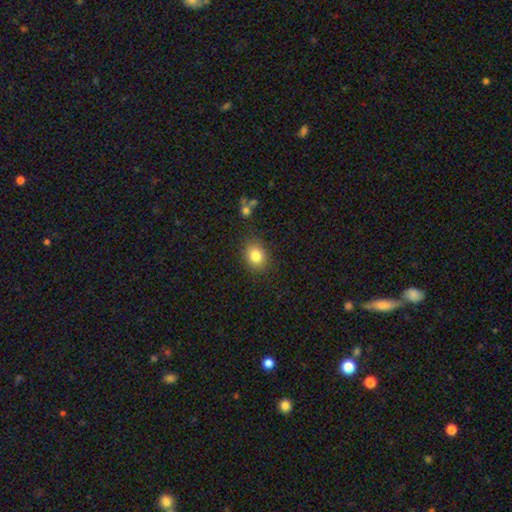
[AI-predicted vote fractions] Smooth or featured? smooth (83%)
How rounded? round (60%)
Merging? none (84%)